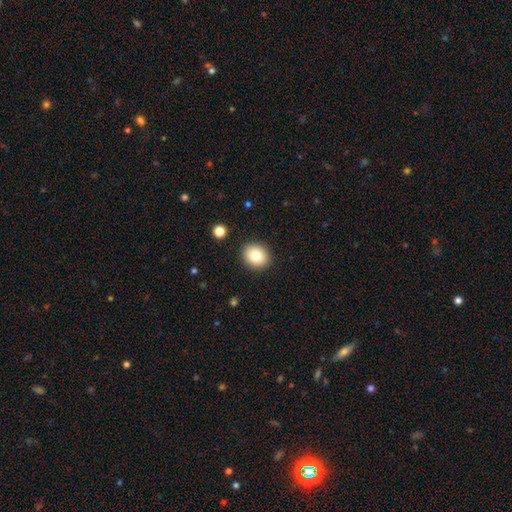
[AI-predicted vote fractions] smooth-or-featured: smooth: 82% | star or artifact: 10% | featured or disk: 9%
  how-rounded: round: 66% | in between: 33% | cigar-shaped: 1%
  merging: none: 90% | minor disturbance: 7% | major disturbance: 2% | merger: 1%